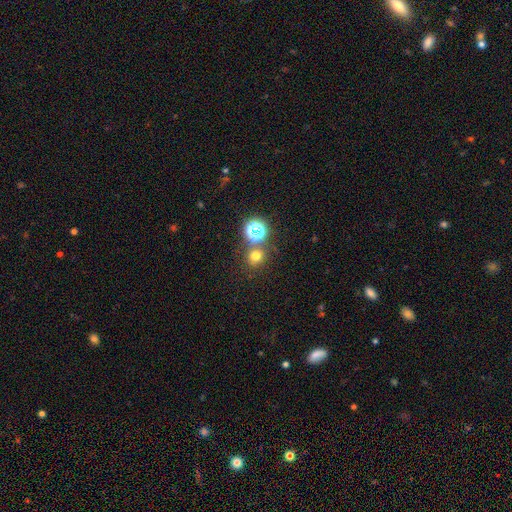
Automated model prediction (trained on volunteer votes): This appears to be a smooth galaxy with no disk features (65%) that is round (86%). Merging: none (74%).